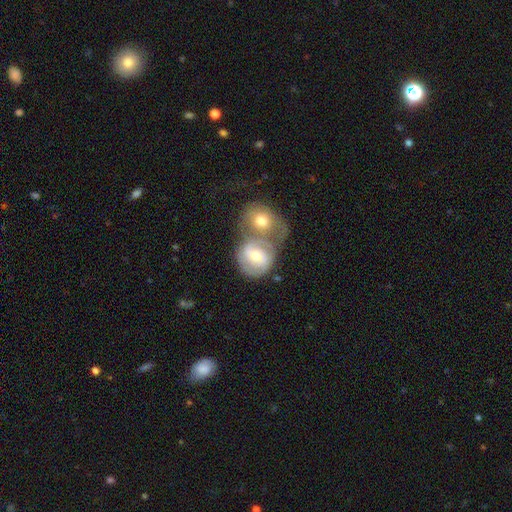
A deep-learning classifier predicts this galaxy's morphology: Smooth or featured: featured or disk — 60% (smooth — 34%)
Edge-on disk: no — 97% (yes — 3%)
Bar: no — 53% (weak — 37%)
Spiral arms: yes — 76% (no — 24%)
Bulge size: moderate — 66% (small — 27%)
Merging: merger — 64% (none — 22%)